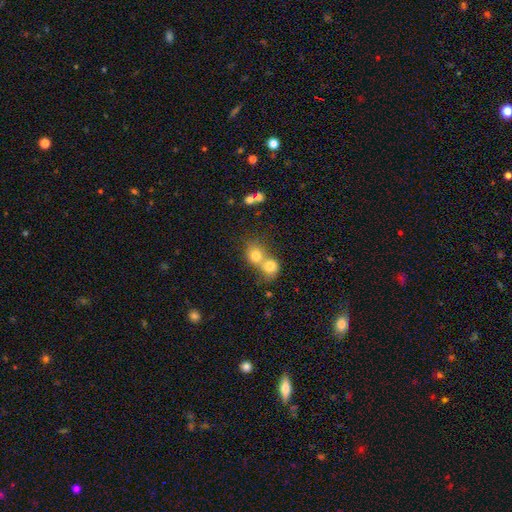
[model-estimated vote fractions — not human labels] Overall: smooth (77%). How rounded: round (75%). Merging: merger (64%; none 28%).